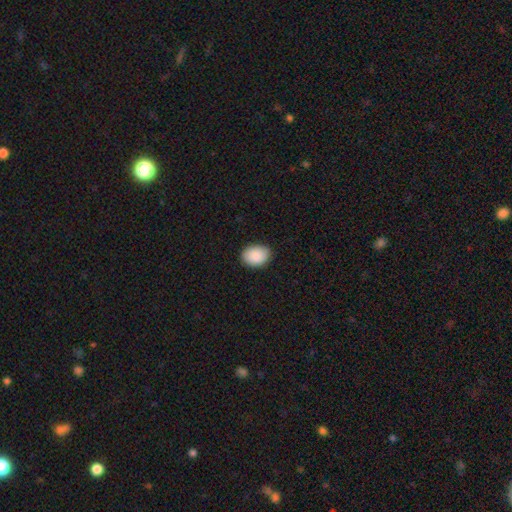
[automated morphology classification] Smooth or featured: smooth — 89% (star or artifact — 7%)
How rounded: in between — 71% (round — 28%)
Merging: none — 87% (minor disturbance — 10%)